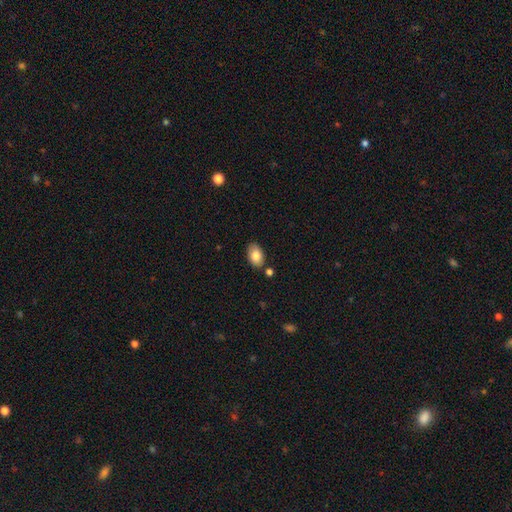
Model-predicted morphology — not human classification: A smooth galaxy with no disk features (83%) that is in between round and cigar-shaped (89%). Merging: none (80%).